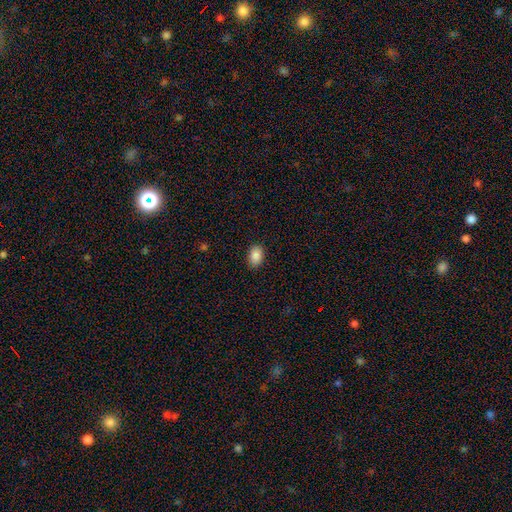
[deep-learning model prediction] Morphology: type=smooth (88%); roundness=in between (84%); merging=none (88%).